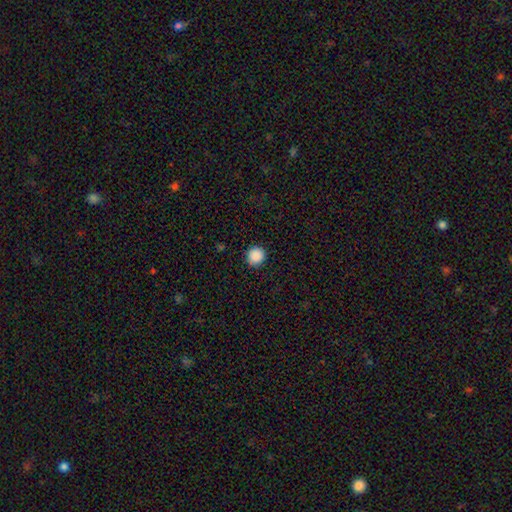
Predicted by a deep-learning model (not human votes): Smooth or featured: smooth — 89% (star or artifact — 9%)
How rounded: round — 92% (in between — 7%)
Merging: none — 91% (minor disturbance — 6%)